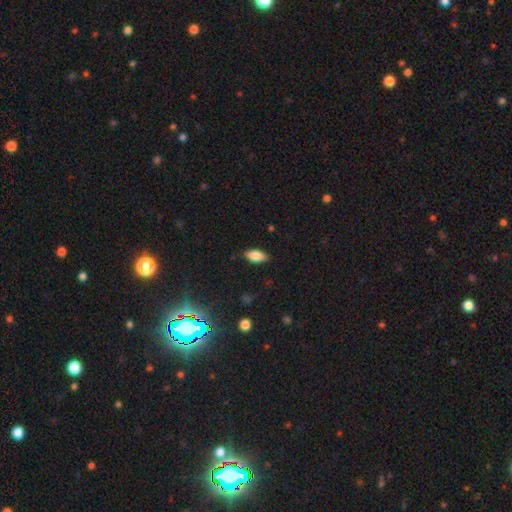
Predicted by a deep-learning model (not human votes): This is clearly a smooth galaxy (84%). How rounded: clearly in between (90%). Merging: clearly none (85%).